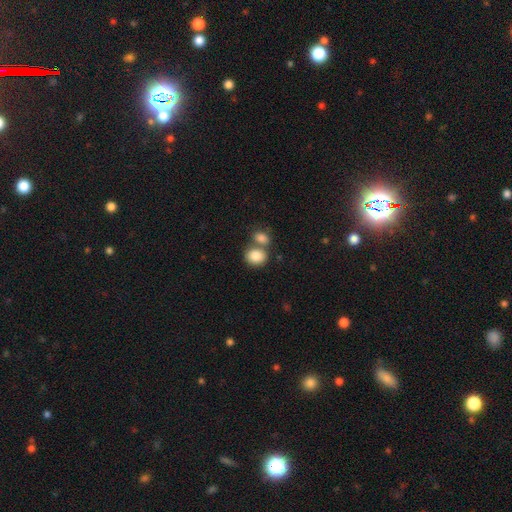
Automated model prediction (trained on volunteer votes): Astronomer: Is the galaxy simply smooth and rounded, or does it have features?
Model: smooth — 85%.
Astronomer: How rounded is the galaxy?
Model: round — 55% (runner-up: in between, 44%).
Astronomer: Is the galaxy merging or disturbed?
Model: merger — 46% (runner-up: none, 42%).